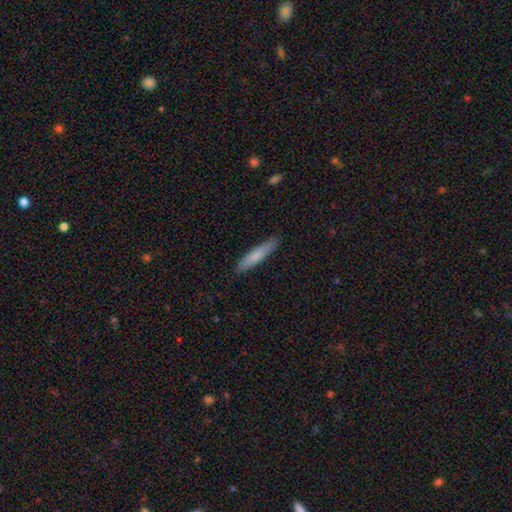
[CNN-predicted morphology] Smooth or featured: smooth — 77% (featured or disk — 18%)
How rounded: cigar-shaped — 92% (in between — 7%)
Merging: none — 90% (minor disturbance — 8%)